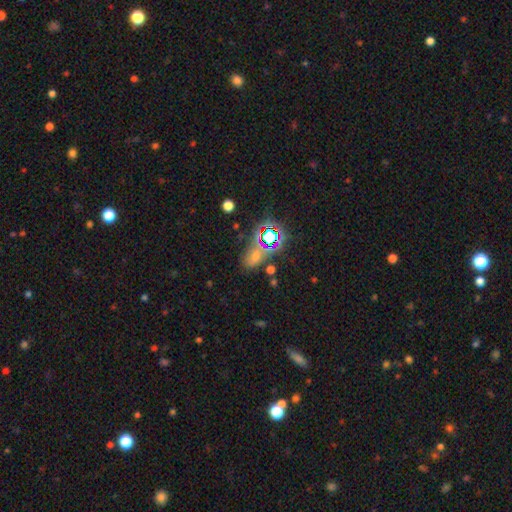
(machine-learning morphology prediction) Smooth or featured?
  - star or artifact: 57% *
  - smooth: 29%
  - featured or disk: 15%